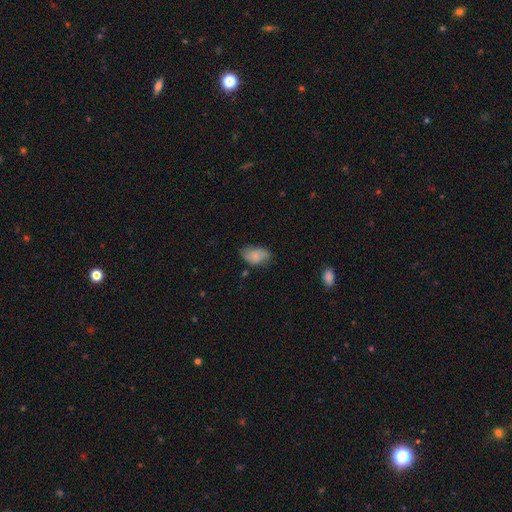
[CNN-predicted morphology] Smooth or featured? smooth (76%)
How rounded? in between (91%)
Merging? none (65%)